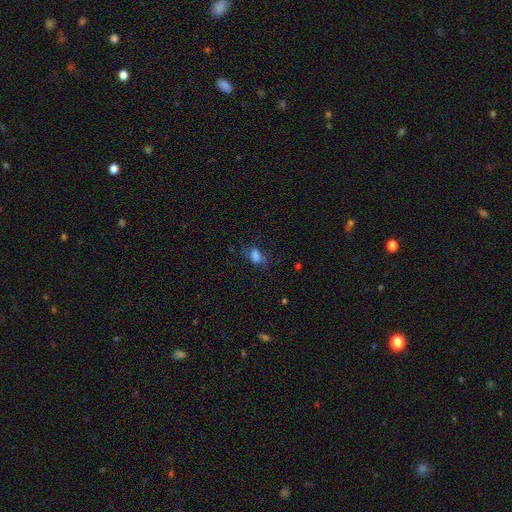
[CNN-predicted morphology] This is likely a smooth galaxy (70%). How rounded: likely in between (78%). Merging: possibly none (57%).